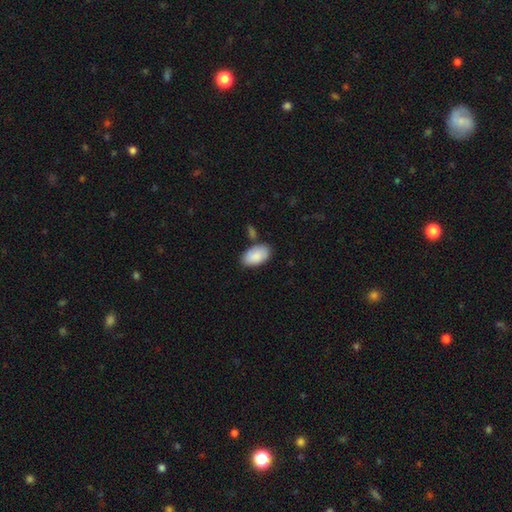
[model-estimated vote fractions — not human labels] Smooth or featured? smooth (88%)
How rounded? in between (95%)
Merging? none (74%)